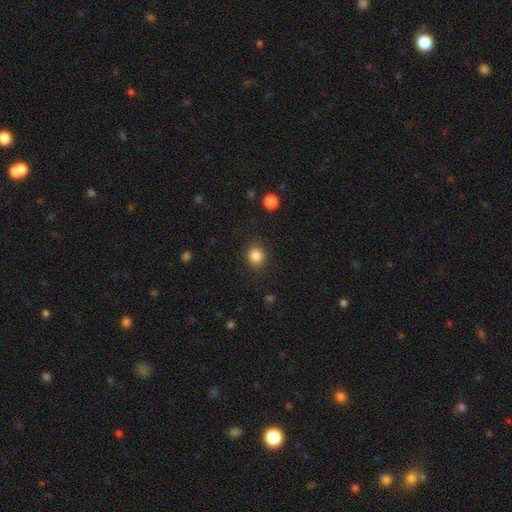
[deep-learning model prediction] A smooth galaxy with no disk features (85%) that is round (82%). Merging: none (88%).